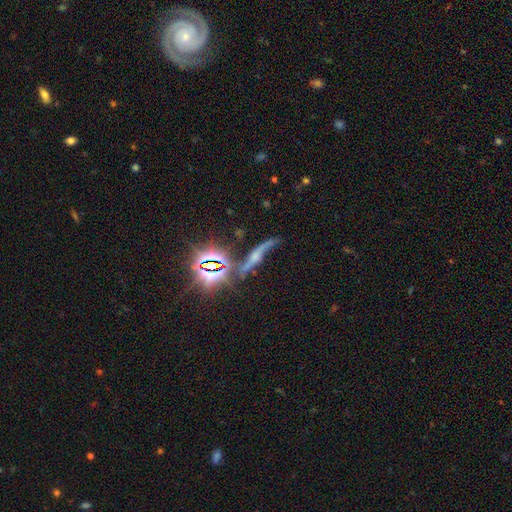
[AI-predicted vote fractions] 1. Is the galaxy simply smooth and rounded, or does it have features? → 52% featured or disk, 32% star or artifact, 16% smooth.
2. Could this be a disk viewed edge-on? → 52% yes, 48% no.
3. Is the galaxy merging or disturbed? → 55% none, 21% minor disturbance, 15% major disturbance, 9% merger.